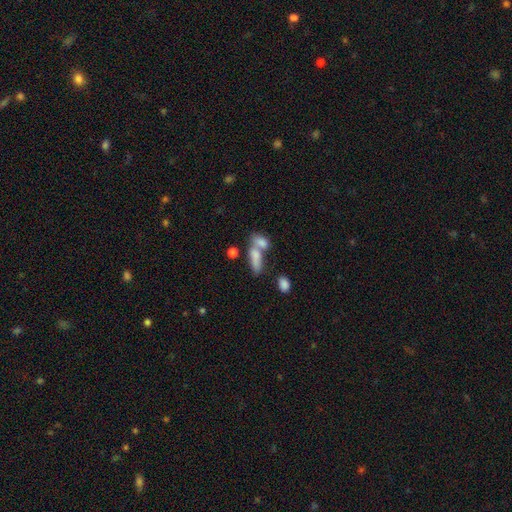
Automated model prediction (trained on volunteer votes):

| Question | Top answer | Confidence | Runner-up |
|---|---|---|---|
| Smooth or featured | smooth | 77% | featured or disk (14%) |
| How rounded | in between | 70% | cigar-shaped (24%) |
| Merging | merger | 53% | none (30%) |